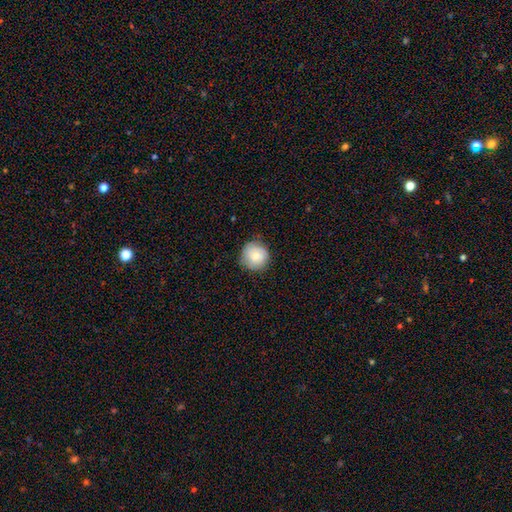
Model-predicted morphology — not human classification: type=smooth (77%); roundness=round (93%); merging=none (78%).